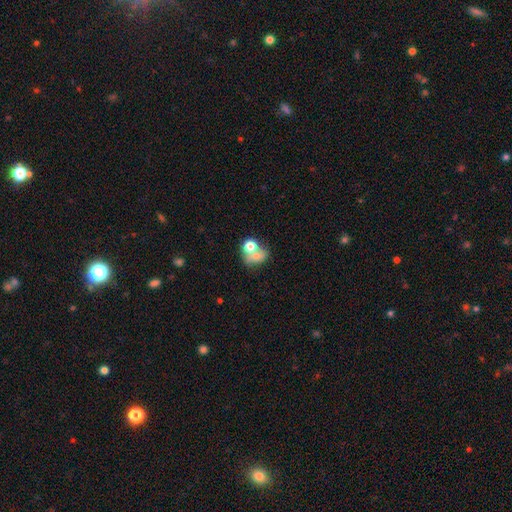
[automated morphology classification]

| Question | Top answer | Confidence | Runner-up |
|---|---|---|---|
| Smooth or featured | smooth | 66% | featured or disk (22%) |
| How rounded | round | 51% | in between (48%) |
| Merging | merger | 58% | none (24%) |